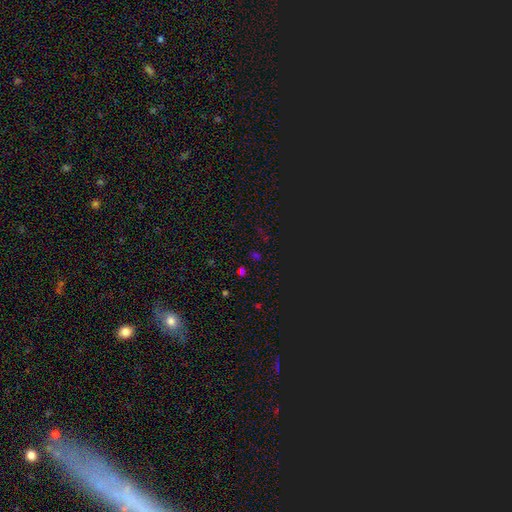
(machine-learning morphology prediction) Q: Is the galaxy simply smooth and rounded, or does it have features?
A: star or artifact — 59%.